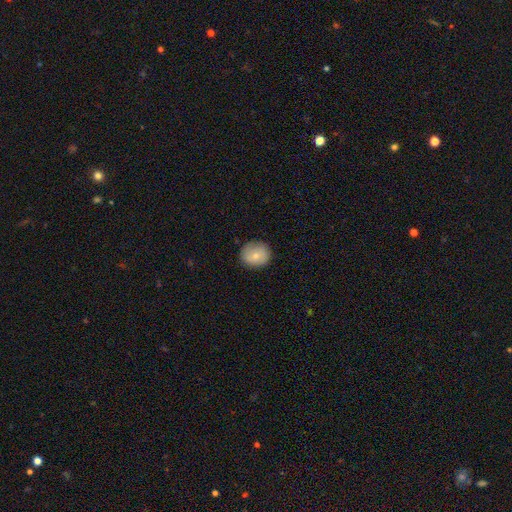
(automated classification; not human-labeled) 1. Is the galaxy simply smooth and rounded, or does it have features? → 76% smooth, 16% featured or disk, 8% star or artifact.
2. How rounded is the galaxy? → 79% round, 20% in between, 1% cigar-shaped.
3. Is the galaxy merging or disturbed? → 84% none, 12% minor disturbance, 3% major disturbance, 1% merger.